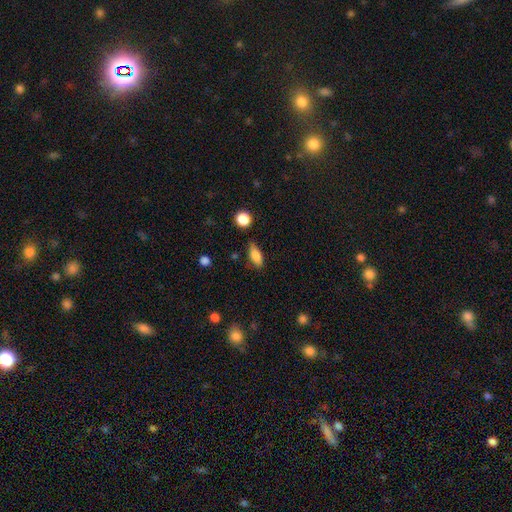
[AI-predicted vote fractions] A smooth galaxy with no disk features (80%) that is in between round and cigar-shaped (76%). Merging: none (75%).